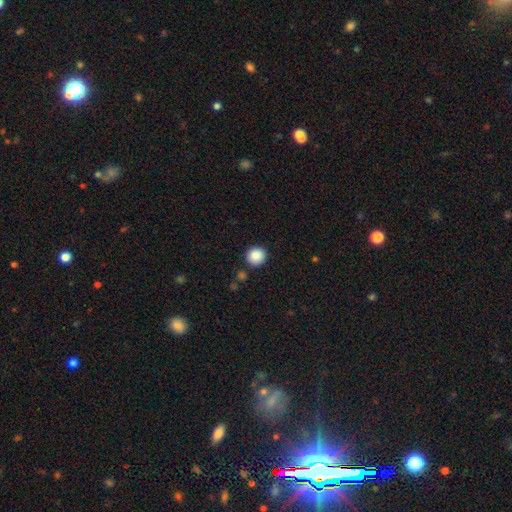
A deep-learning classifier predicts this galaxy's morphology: Smooth or featured? Predicted: smooth (p=0.88). How rounded? Predicted: round (p=0.92). Merging? Predicted: none (p=0.88).